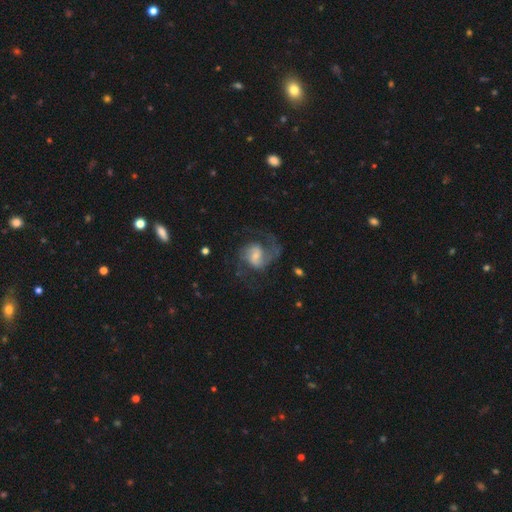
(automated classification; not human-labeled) featured or disk 78%, smooth 15%, star or artifact 7%. Down the decision tree: edge-on disk — no (98%); bar — weak (49%); spiral arms — yes (92%); spiral arm count — 2 (69%); spiral winding — medium (49%); bulge size — small (49%); merging — none (53%).